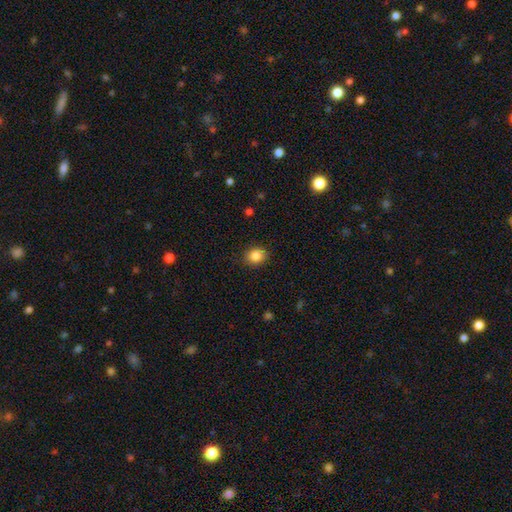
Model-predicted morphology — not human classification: smooth_or_featured: smooth (p=0.86) [alt: star or artifact p=0.09]
how_rounded: round (p=0.63) [alt: in between p=0.36]
merging: none (p=0.87) [alt: minor disturbance p=0.10]